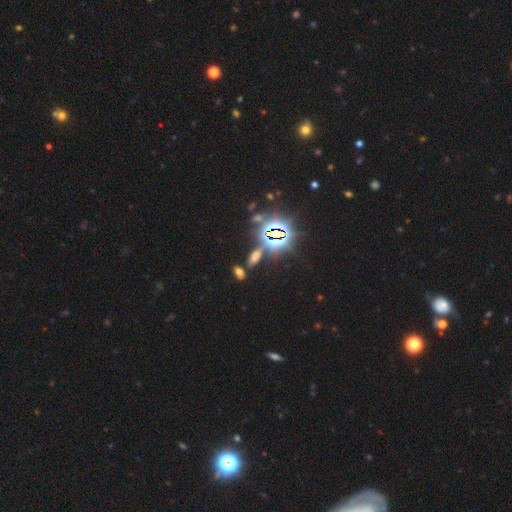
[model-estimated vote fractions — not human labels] Overall: star or artifact (52%; smooth 36%).